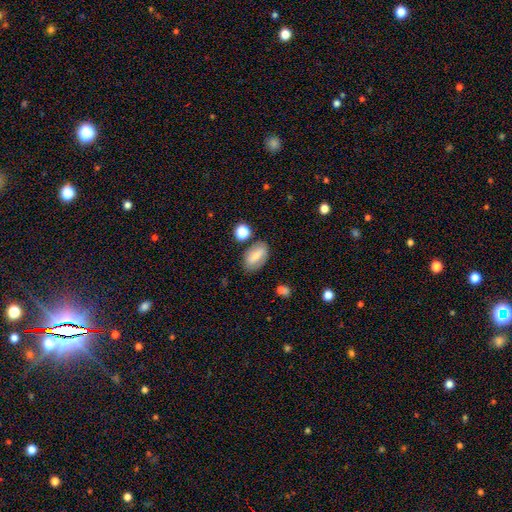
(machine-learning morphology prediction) A smooth galaxy with no disk features (60%) that is in between round and cigar-shaped (88%).

Vote fractions:
- Smooth or featured? smooth: 60% / featured or disk: 32% / star or artifact: 9%
- How rounded? in between: 88% / round: 8% / cigar-shaped: 4%
- Merging? none: 76% / minor disturbance: 14% / merger: 5% / major disturbance: 4%